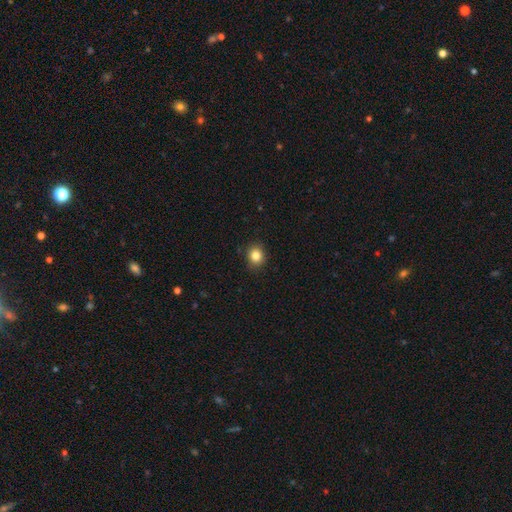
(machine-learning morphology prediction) type=smooth (84%); roundness=round (78%); merging=none (89%).